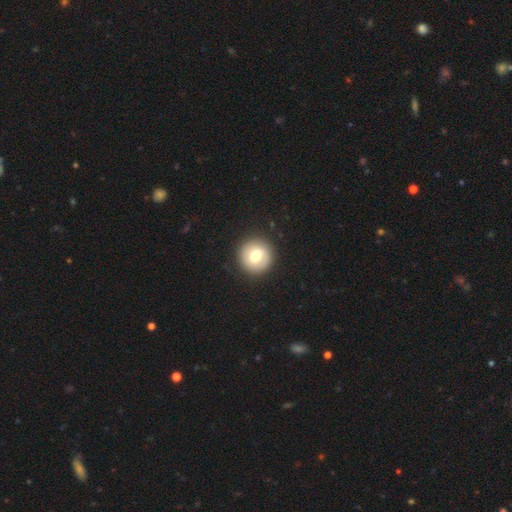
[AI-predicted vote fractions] A smooth galaxy with no disk features (70%) that is round (95%).

Vote fractions:
- Smooth or featured? smooth: 70% / featured or disk: 22% / star or artifact: 8%
- How rounded? round: 95% / in between: 4% / cigar-shaped: 1%
- Merging? none: 90% / minor disturbance: 6% / major disturbance: 2% / merger: 1%